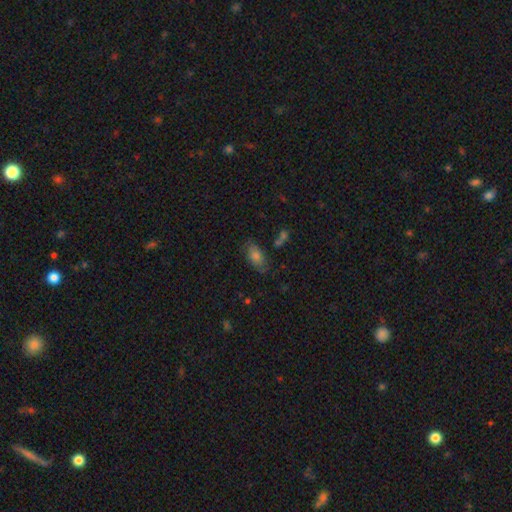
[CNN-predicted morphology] smooth_or_featured: smooth (p=0.66) [alt: featured or disk p=0.20]
how_rounded: in between (p=0.87) [alt: round p=0.07]
merging: none (p=0.70) [alt: minor disturbance p=0.19]